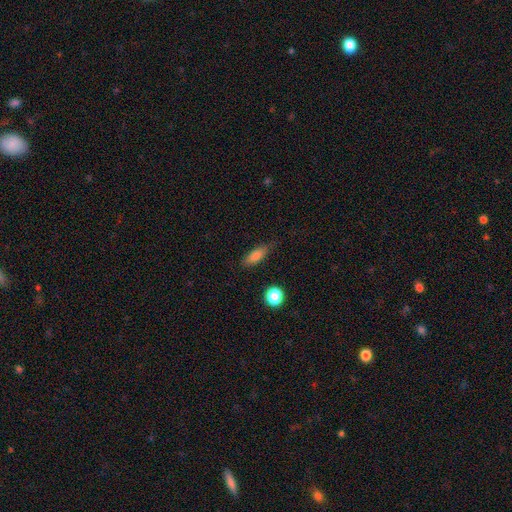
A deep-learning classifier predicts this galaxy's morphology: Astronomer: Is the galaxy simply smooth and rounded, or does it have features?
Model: smooth — 79%.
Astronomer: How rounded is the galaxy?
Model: in between — 60% (runner-up: cigar-shaped, 36%).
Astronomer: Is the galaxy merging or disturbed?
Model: none — 78%.